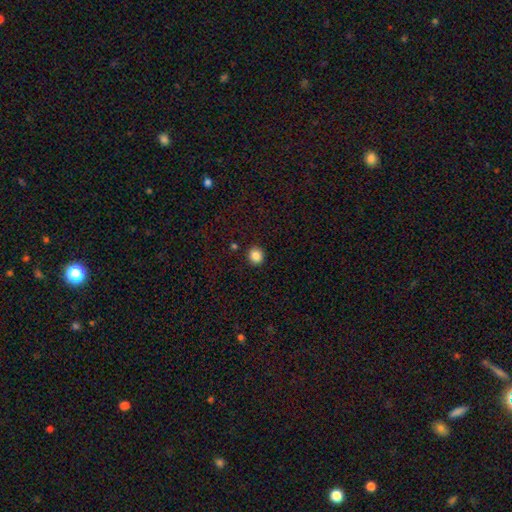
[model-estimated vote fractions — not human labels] This appears to be a smooth galaxy with no disk features (86%) that is round (88%). Merging: none (92%).